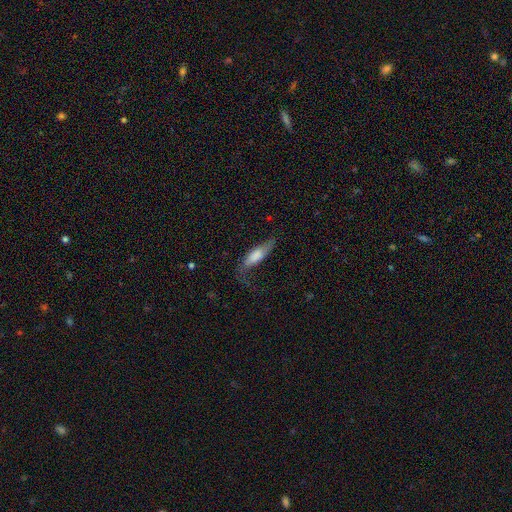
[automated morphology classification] Smooth or featured? smooth (61%)
How rounded? in between (57%)
Merging? none (41%)